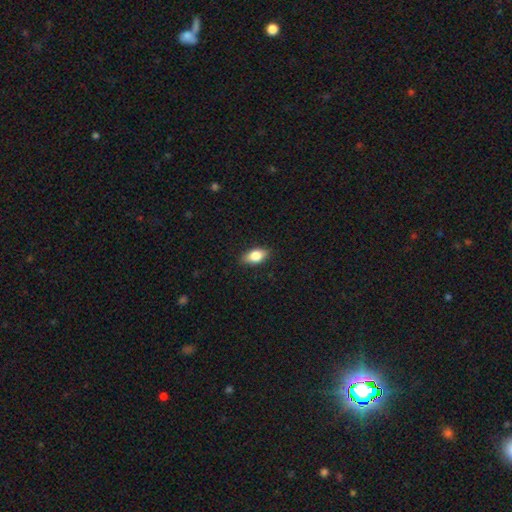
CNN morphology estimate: This is likely a smooth galaxy (79%). How rounded: clearly in between (86%). Merging: clearly none (87%).